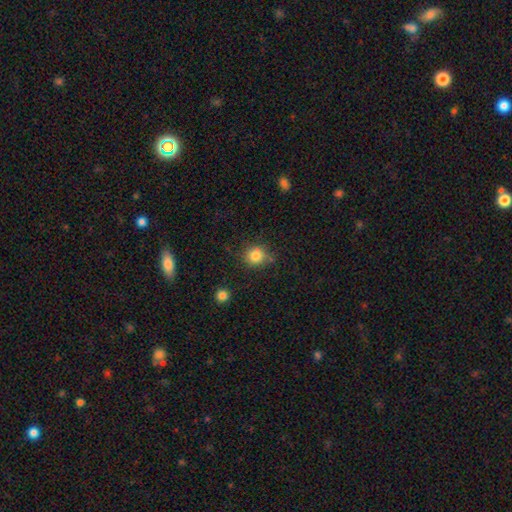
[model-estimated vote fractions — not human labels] smooth 83%, star or artifact 11%, featured or disk 6%. Down the decision tree: how rounded — round (87%); merging — none (79%).